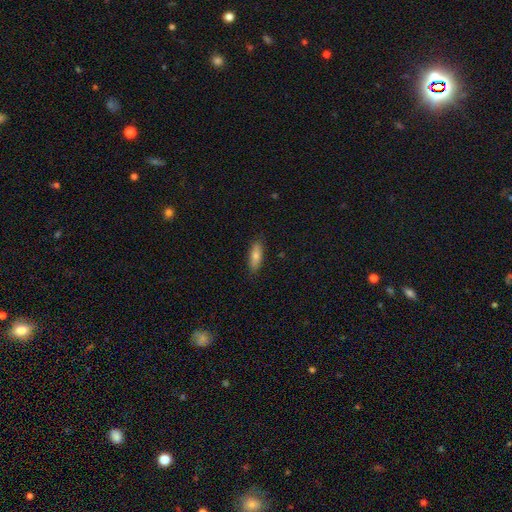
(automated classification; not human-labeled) Smooth or featured?
  - smooth: 71% *
  - featured or disk: 21%
  - star or artifact: 8%
How rounded?
  - in between: 59% *
  - cigar-shaped: 38%
  - round: 3%
Merging?
  - none: 87% *
  - minor disturbance: 10%
  - major disturbance: 2%
  - merger: 1%